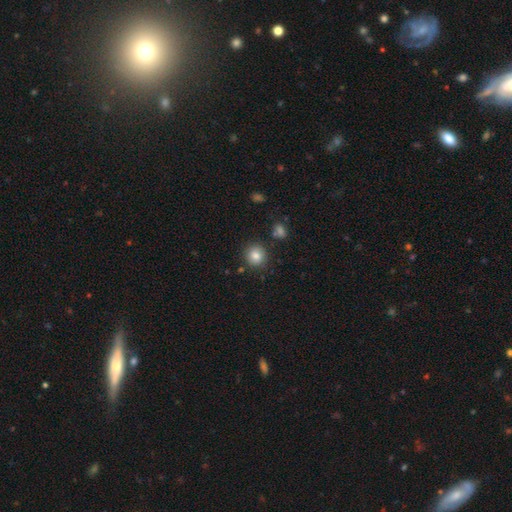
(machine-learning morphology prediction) Smooth or featured? smooth (83%)
How rounded? round (89%)
Merging? none (86%)